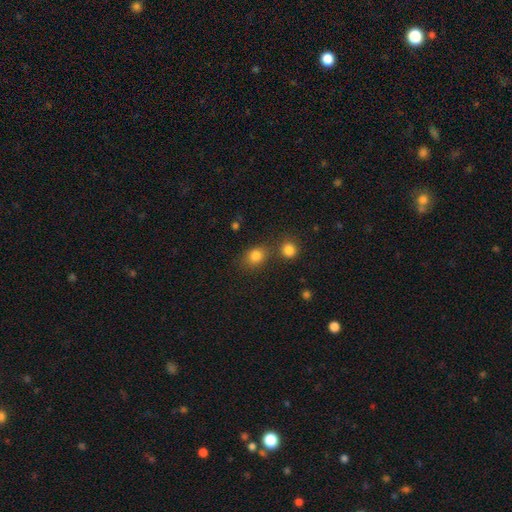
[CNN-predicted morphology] This is clearly a smooth galaxy (82%). How rounded: possibly round (54%). Merging: likely none (67%).